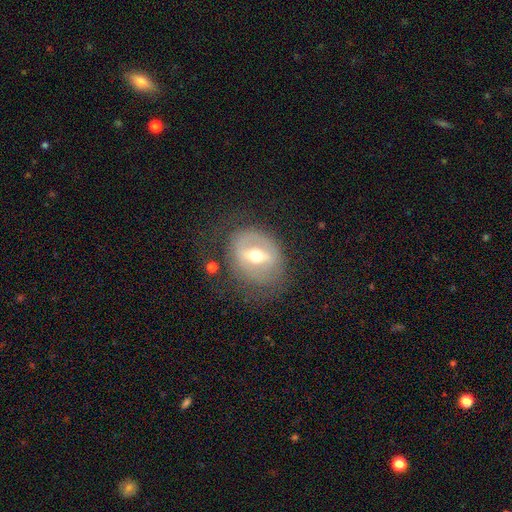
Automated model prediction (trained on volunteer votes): Smooth or featured? Predicted: featured or disk (p=0.66). Edge-on disk? Predicted: no (p=0.92). Bar? Predicted: strong (p=0.51). Spiral arms? Predicted: no (p=0.65). Bulge size? Predicted: moderate (p=0.70). Merging? Predicted: none (p=0.65).